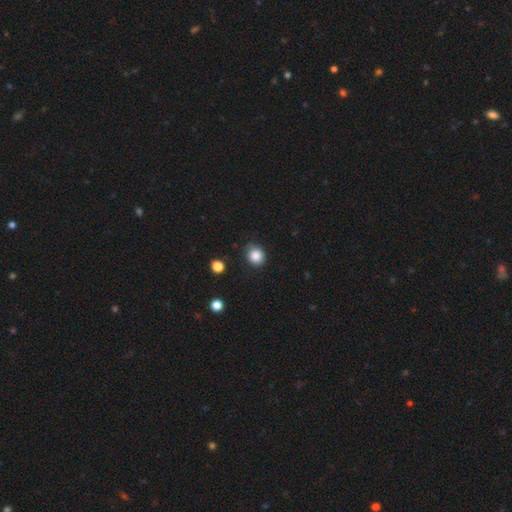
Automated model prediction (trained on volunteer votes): This appears to be a smooth galaxy with no disk features (86%) that is round (79%). Merging: none (78%).